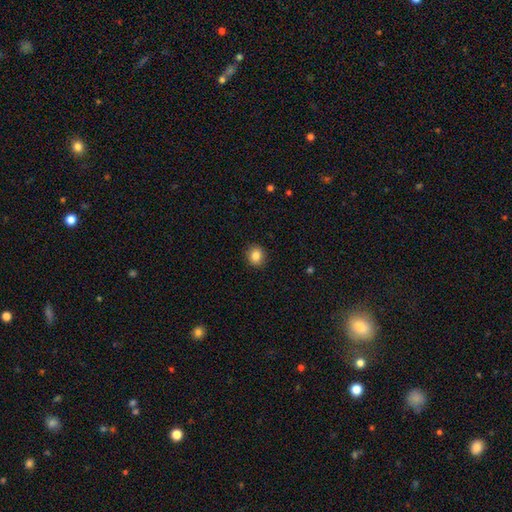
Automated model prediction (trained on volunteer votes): The model was most divided on "how rounded": round: 80%, in between: 19%, cigar-shaped: 1%. More confident: merging — none (91%); smooth or featured — smooth (85%).